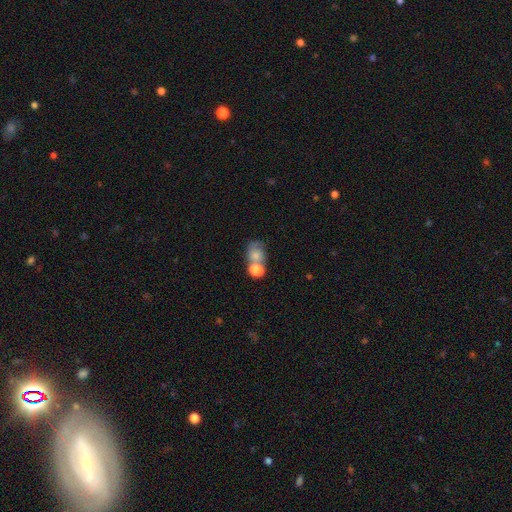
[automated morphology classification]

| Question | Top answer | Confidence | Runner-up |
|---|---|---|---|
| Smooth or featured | smooth | 71% | featured or disk (18%) |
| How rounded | in between | 50% | round (49%) |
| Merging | merger | 58% | none (22%) |